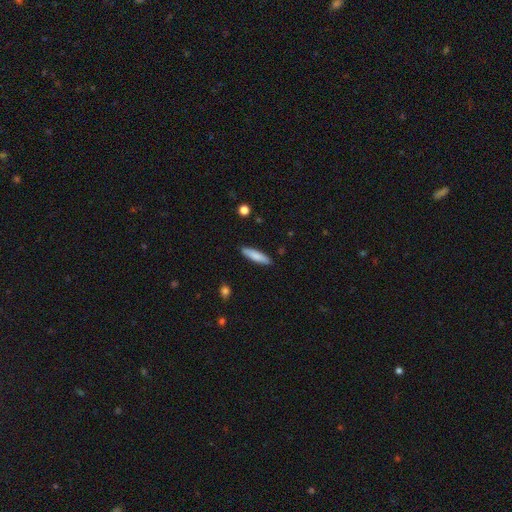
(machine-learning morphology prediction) This is clearly a smooth galaxy (82%). How rounded: likely cigar-shaped (77%). Merging: clearly none (89%).